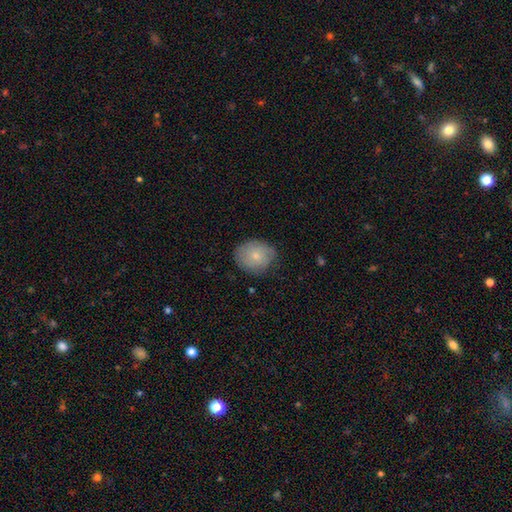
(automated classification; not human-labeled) smooth_or_featured: smooth (p=0.75) [alt: featured or disk p=0.18]
how_rounded: round (p=0.71) [alt: in between p=0.28]
merging: none (p=0.72) [alt: minor disturbance p=0.22]